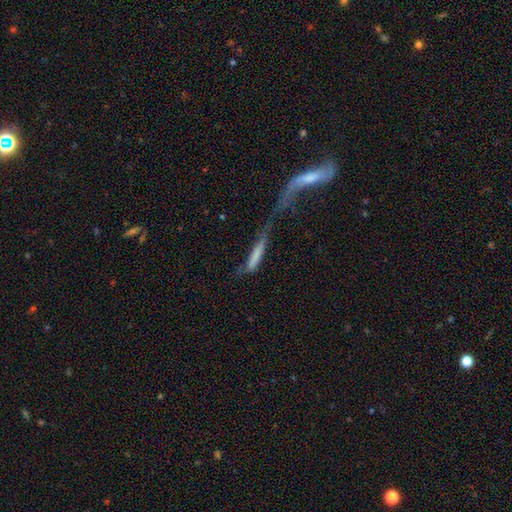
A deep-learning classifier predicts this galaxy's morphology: Smooth or featured?
  - smooth: 65% *
  - featured or disk: 27%
  - star or artifact: 8%
How rounded?
  - cigar-shaped: 86% *
  - in between: 11%
  - round: 3%
Merging?
  - major disturbance: 38% *
  - none: 24%
  - minor disturbance: 19%
  - merger: 19%